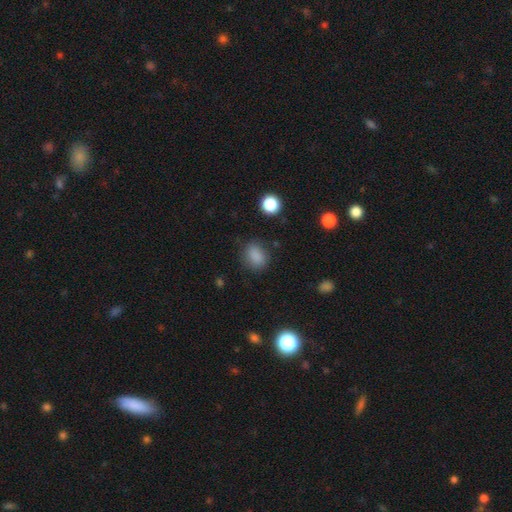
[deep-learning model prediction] Smooth or featured?
  - smooth: 84% *
  - star or artifact: 11%
  - featured or disk: 5%
How rounded?
  - in between: 51% *
  - round: 47%
  - cigar-shaped: 1%
Merging?
  - none: 78% *
  - minor disturbance: 15%
  - major disturbance: 5%
  - merger: 2%